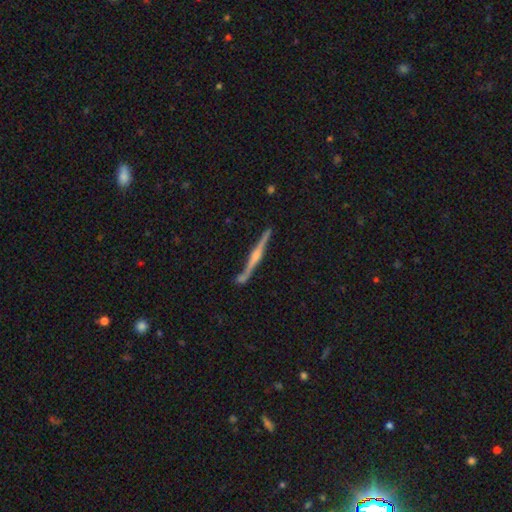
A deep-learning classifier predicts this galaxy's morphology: This is clearly a featured or disk galaxy (81%). It is clearly viewed edge-on (98%). Edge-on bulge: likely rounded (79%). Merging: clearly none (82%).